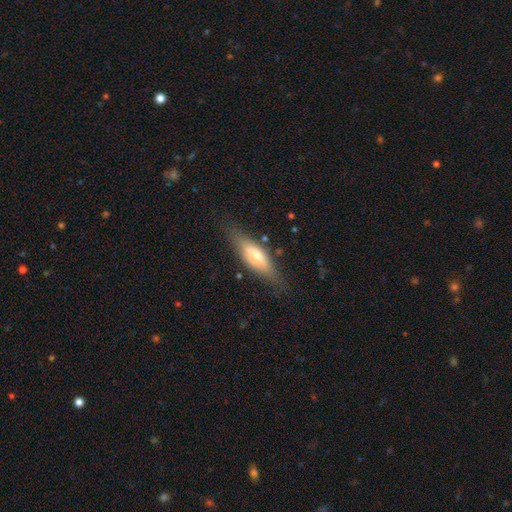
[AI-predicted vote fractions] Smooth or featured?
  - smooth: 57% *
  - featured or disk: 37%
  - star or artifact: 7%
How rounded?
  - in between: 50% *
  - cigar-shaped: 47%
  - round: 2%
Merging?
  - none: 74% *
  - minor disturbance: 18%
  - major disturbance: 6%
  - merger: 2%